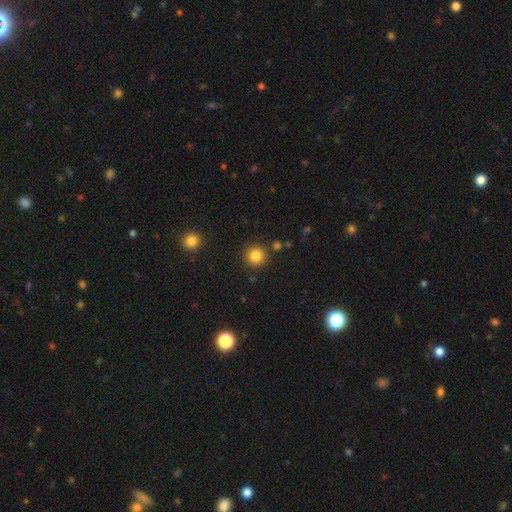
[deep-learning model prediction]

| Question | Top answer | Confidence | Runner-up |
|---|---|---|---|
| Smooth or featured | smooth | 84% | star or artifact (11%) |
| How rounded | round | 94% | in between (5%) |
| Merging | none | 87% | minor disturbance (6%) |